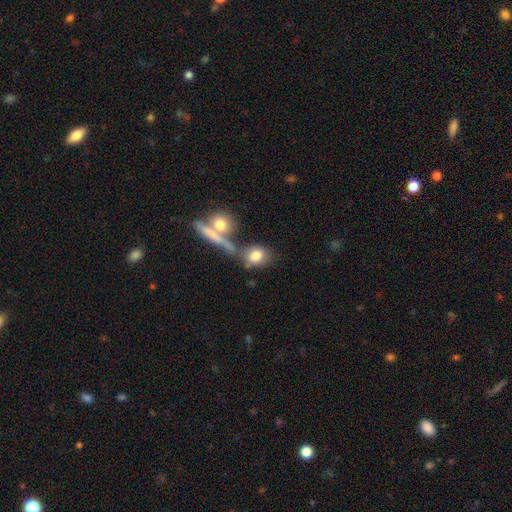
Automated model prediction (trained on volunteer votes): Q: Smooth or featured?
A: smooth (77%); runner-up: featured or disk (14%)
Q: How rounded?
A: in between (56%); runner-up: round (38%)
Q: Merging?
A: none (52%); runner-up: merger (27%)